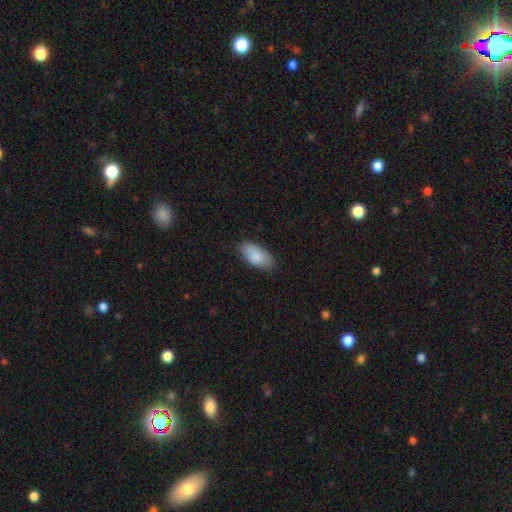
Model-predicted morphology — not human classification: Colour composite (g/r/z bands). It shows a smooth galaxy with no disk features (85%) that is in between round and cigar-shaped (93%). Merging: none (77%).